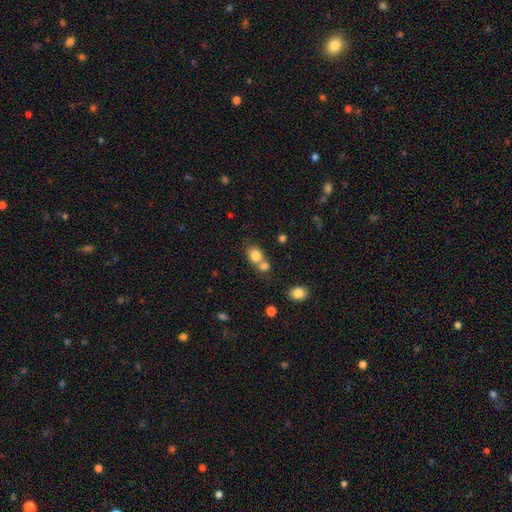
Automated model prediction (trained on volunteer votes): Smooth or featured? Predicted: smooth (p=0.81). How rounded? Predicted: round (p=0.57). Merging? Predicted: merger (p=0.47).